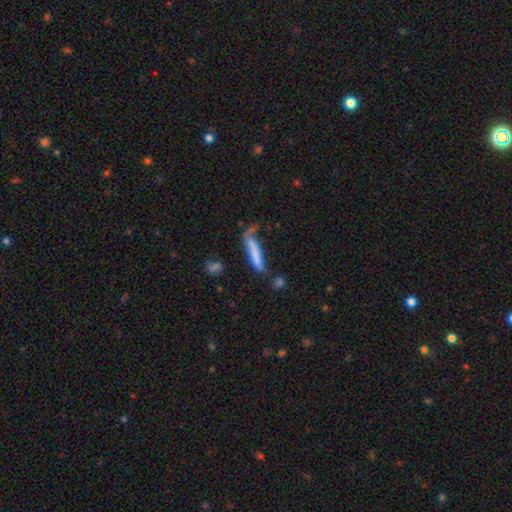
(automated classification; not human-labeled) smooth 67%, featured or disk 26%, star or artifact 7%. Down the decision tree: how rounded — cigar-shaped (87%); merging — none (38%).